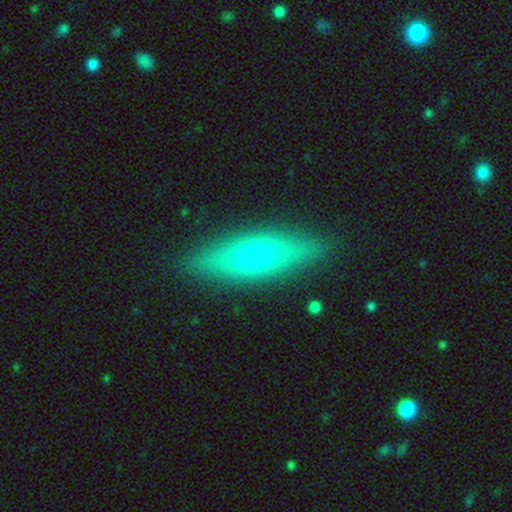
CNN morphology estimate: Smooth or featured?
  - smooth: 59% *
  - featured or disk: 35%
  - star or artifact: 7%
How rounded?
  - cigar-shaped: 63% *
  - in between: 34%
  - round: 3%
Merging?
  - none: 88% *
  - minor disturbance: 9%
  - major disturbance: 2%
  - merger: 1%